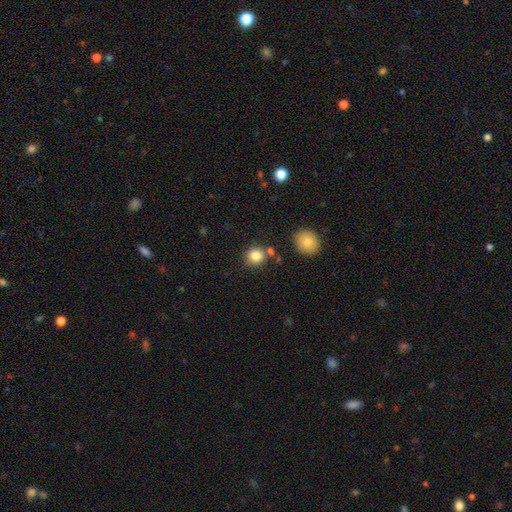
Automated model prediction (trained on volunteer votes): smooth_or_featured: smooth (p=0.84) [alt: star or artifact p=0.11]
how_rounded: round (p=0.84) [alt: in between p=0.15]
merging: none (p=0.77) [alt: minor disturbance p=0.10]